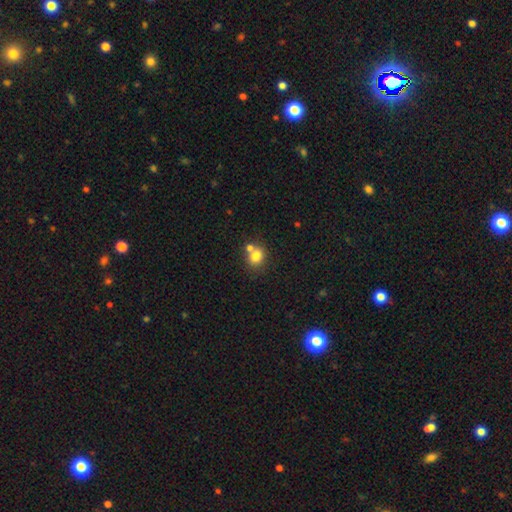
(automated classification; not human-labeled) This is likely a smooth galaxy (79%). How rounded: likely round (66%). Merging: possibly none (52%).